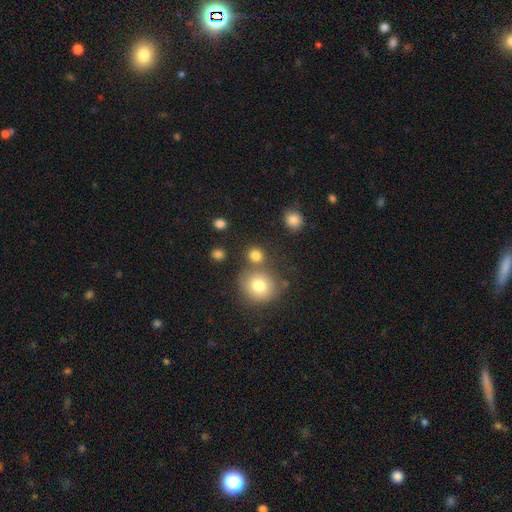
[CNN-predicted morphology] A smooth galaxy with no disk features (79%) that is round (84%). Merging: none (66%).